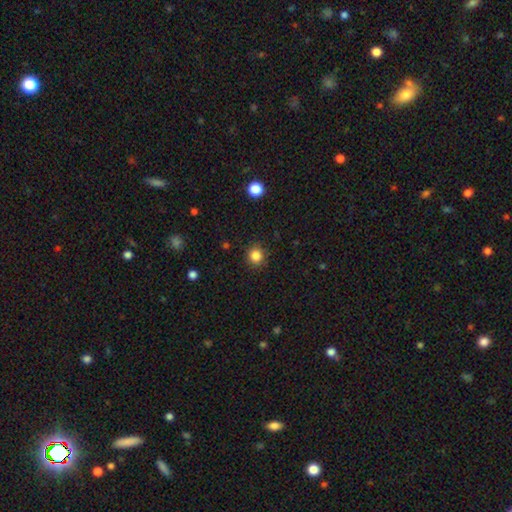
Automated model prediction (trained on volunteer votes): The model was most divided on "smooth or featured": smooth: 85%, star or artifact: 12%, featured or disk: 4%. More confident: how rounded — round (91%); merging — none (89%).